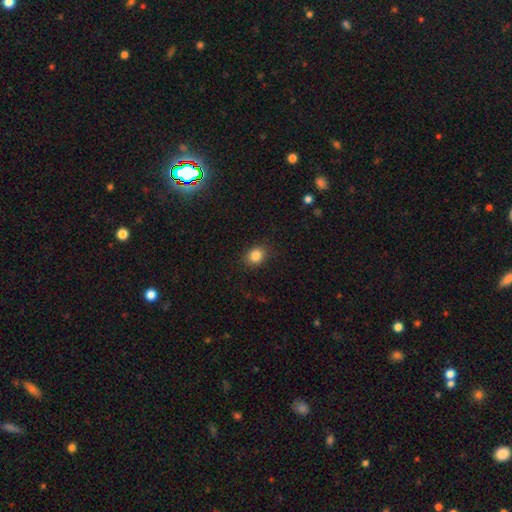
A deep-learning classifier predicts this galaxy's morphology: type=smooth (84%); roundness=round (65%); merging=none (87%).